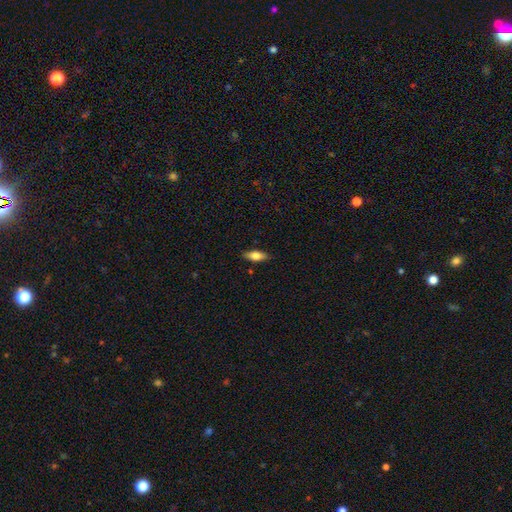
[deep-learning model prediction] This is likely a smooth galaxy (69%). How rounded: likely in between (70%). Merging: clearly none (87%).